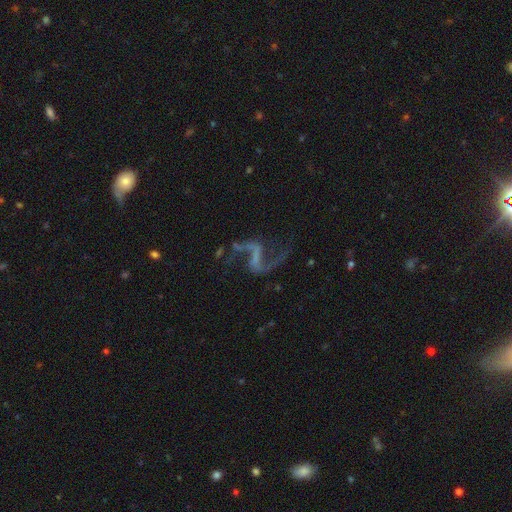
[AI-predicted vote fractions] Smooth or featured: featured or disk — 85% (star or artifact — 9%)
Edge-on disk: no — 97% (yes — 3%)
Bar: strong — 46% (weak — 34%)
Spiral arms: yes — 93% (no — 7%)
Spiral winding: loose — 83% (medium — 14%)
Spiral arm count: 2 — 92% (1 — 3%)
Bulge size: none — 67% (small — 22%)
Merging: none — 63% (major disturbance — 19%)